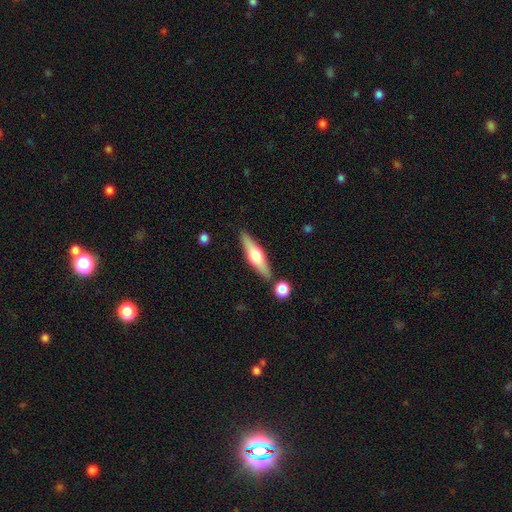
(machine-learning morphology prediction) Overall: featured or disk (52%; smooth 42%). Edge-on disk: yes (94%). Merging: none (83%).